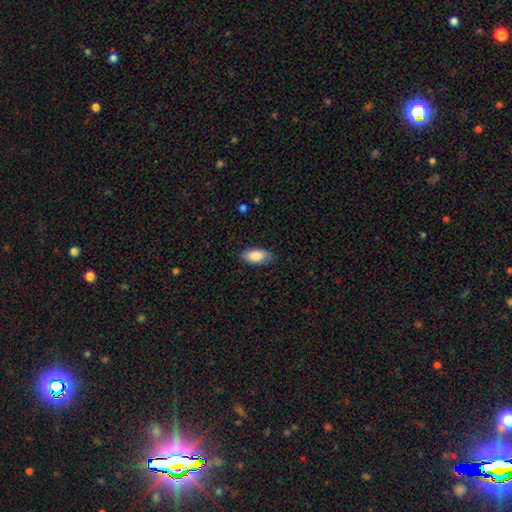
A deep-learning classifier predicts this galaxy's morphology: This is clearly a smooth galaxy (86%). How rounded: clearly in between (91%). Merging: clearly none (81%).